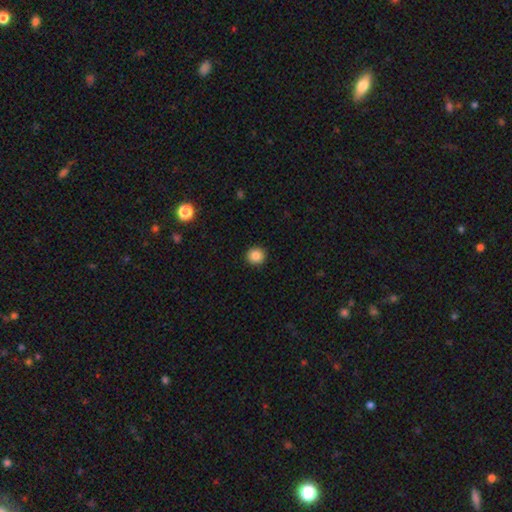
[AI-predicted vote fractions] Smooth or featured: smooth — 86% (star or artifact — 10%)
How rounded: round — 93% (in between — 6%)
Merging: none — 92% (minor disturbance — 5%)